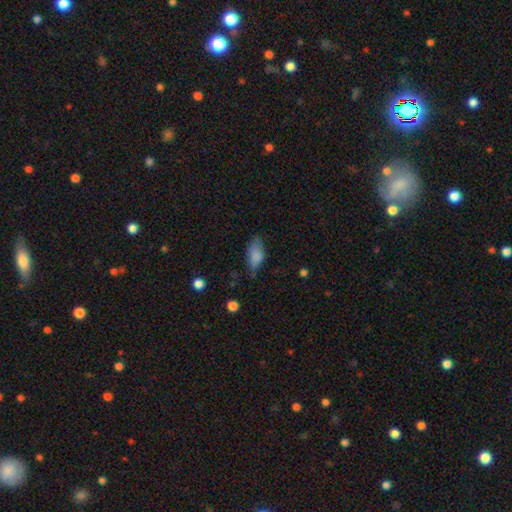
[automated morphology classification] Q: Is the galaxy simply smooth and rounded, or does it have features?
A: smooth — 81%.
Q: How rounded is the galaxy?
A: in between — 89%.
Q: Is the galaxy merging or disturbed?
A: none — 52%.